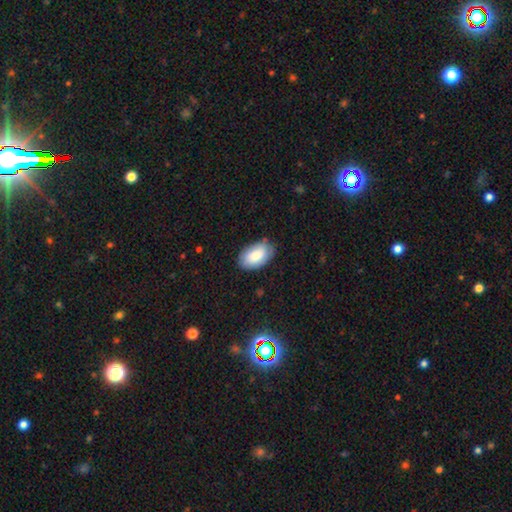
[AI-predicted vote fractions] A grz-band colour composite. It shows a smooth galaxy with no disk features (82%) that is in between round and cigar-shaped (94%). Merging: none (82%).